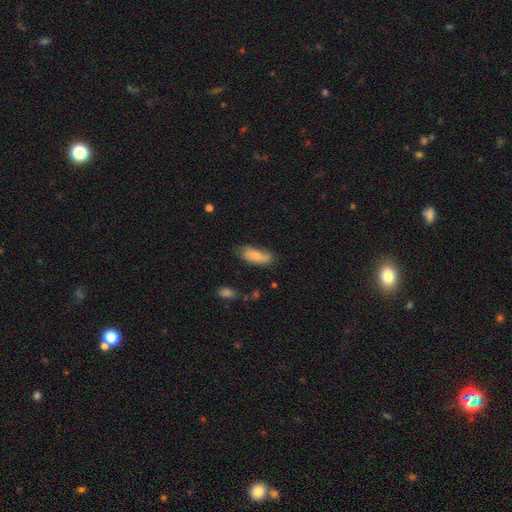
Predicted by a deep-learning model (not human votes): A smooth galaxy with no disk features (74%) that is in between round and cigar-shaped (81%).

Vote fractions:
- Smooth or featured? smooth: 74% / featured or disk: 19% / star or artifact: 7%
- How rounded? in between: 81% / cigar-shaped: 17% / round: 2%
- Merging? none: 57% / minor disturbance: 30% / major disturbance: 9% / merger: 4%